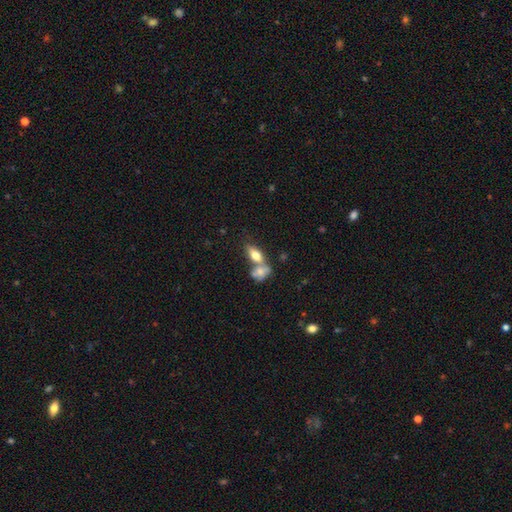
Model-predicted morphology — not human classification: Smooth or featured: smooth — 72% (featured or disk — 20%)
How rounded: in between — 81% (cigar-shaped — 12%)
Merging: merger — 53% (none — 33%)